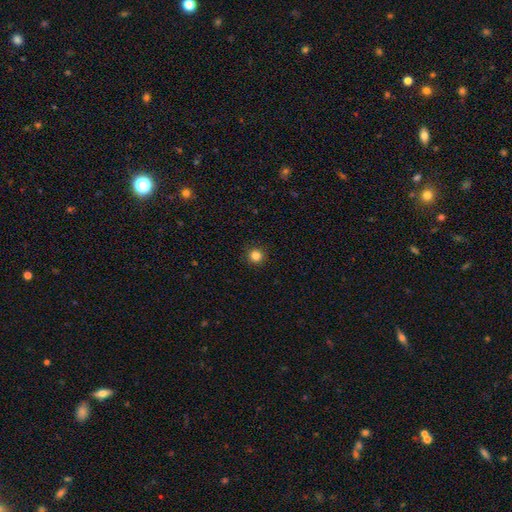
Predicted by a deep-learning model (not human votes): The model was most divided on "smooth or featured": smooth: 84%, star or artifact: 12%, featured or disk: 4%. More confident: how rounded — round (95%); merging — none (93%).